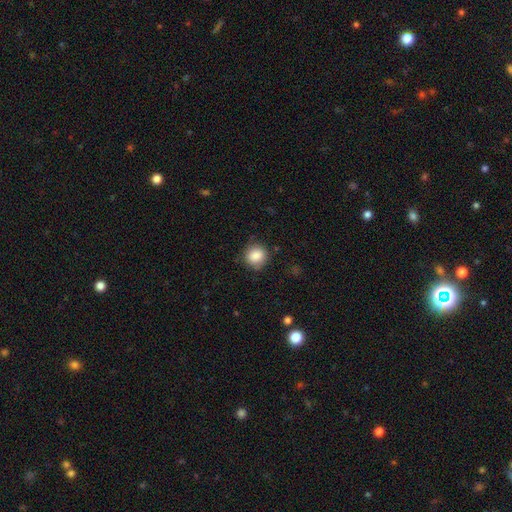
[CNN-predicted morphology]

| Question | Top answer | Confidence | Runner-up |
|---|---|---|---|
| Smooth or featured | smooth | 86% | star or artifact (9%) |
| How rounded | round | 88% | in between (12%) |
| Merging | none | 83% | minor disturbance (13%) |